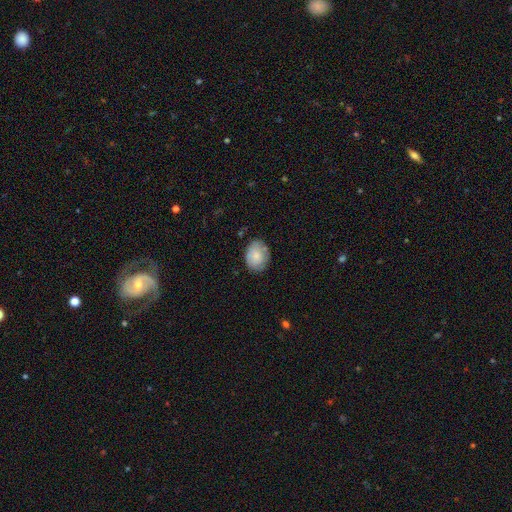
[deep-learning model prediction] The model was most divided on "how rounded": in between: 65%, round: 34%, cigar-shaped: 1%. More confident: merging — none (76%); smooth or featured — smooth (75%).